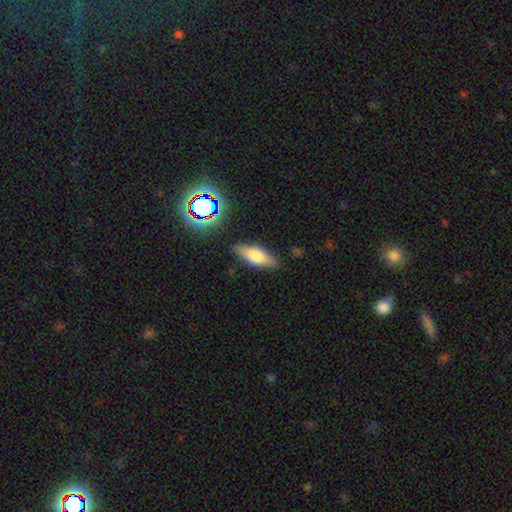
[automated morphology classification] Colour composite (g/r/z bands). It shows a smooth galaxy with no disk features (62%) that is in between round and cigar-shaped (62%). Merging: none (84%).